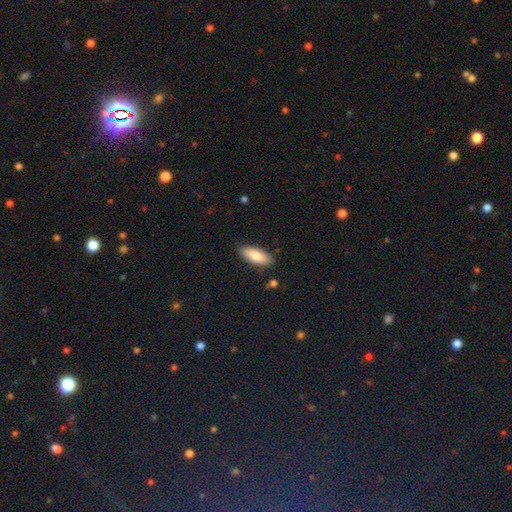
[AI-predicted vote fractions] Q: Smooth or featured?
A: smooth (80%); runner-up: featured or disk (14%)
Q: How rounded?
A: in between (73%); runner-up: cigar-shaped (25%)
Q: Merging?
A: none (85%); runner-up: minor disturbance (11%)